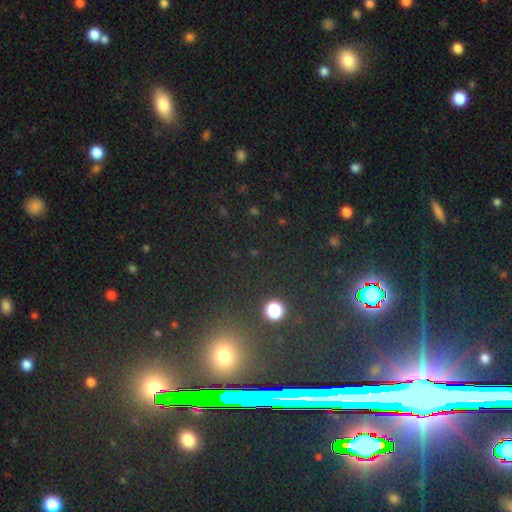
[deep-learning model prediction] Smooth or featured?
  - star or artifact: 67% *
  - smooth: 22%
  - featured or disk: 10%